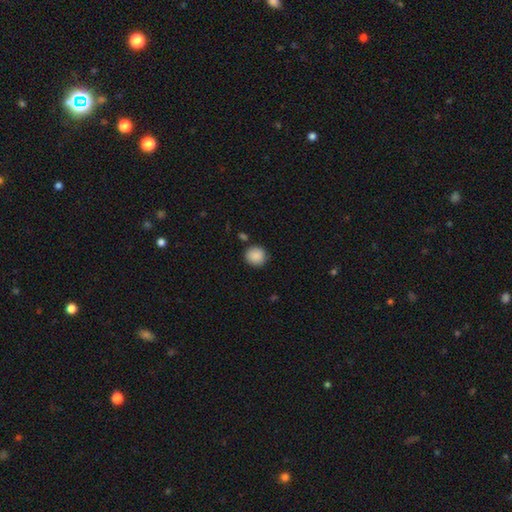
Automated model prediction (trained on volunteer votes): Smooth or featured?
  - smooth: 89% *
  - star or artifact: 8%
  - featured or disk: 4%
How rounded?
  - round: 91% *
  - in between: 8%
  - cigar-shaped: 1%
Merging?
  - none: 86% *
  - minor disturbance: 8%
  - merger: 3%
  - major disturbance: 2%